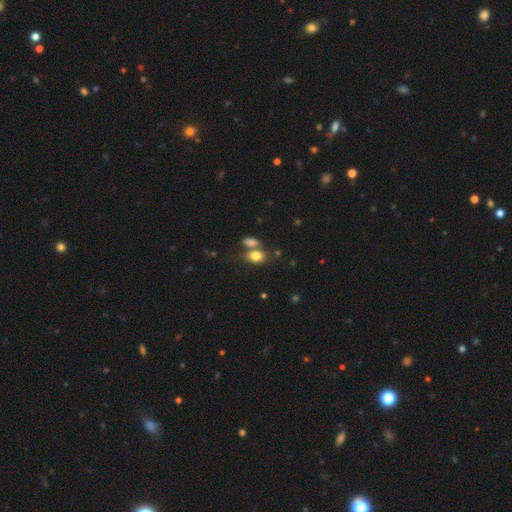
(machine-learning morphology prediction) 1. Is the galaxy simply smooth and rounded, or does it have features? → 80% smooth, 10% featured or disk, 10% star or artifact.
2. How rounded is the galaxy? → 80% in between, 18% round, 3% cigar-shaped.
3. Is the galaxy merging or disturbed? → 48% none, 36% merger, 12% minor disturbance, 5% major disturbance.